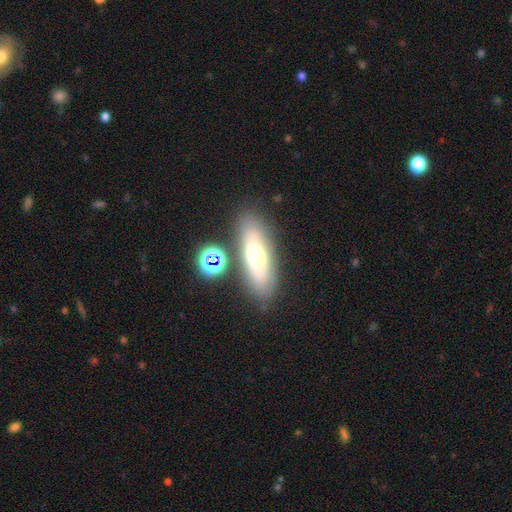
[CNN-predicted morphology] This is possibly a smooth galaxy (54%). How rounded: likely in between (61%). Merging: likely none (77%).